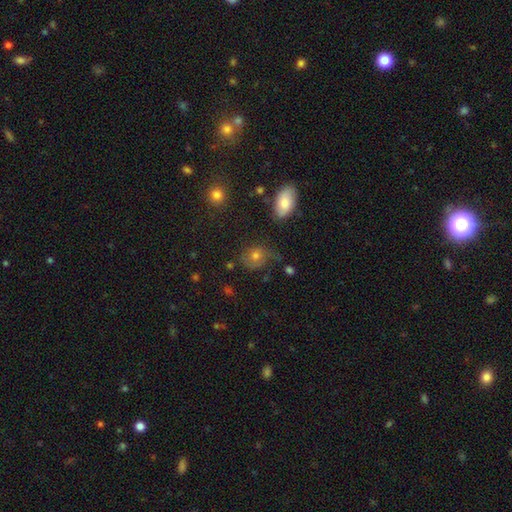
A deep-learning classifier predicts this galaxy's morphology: This is possibly a smooth galaxy (60%). How rounded: likely round (61%). Merging: possibly none (59%).